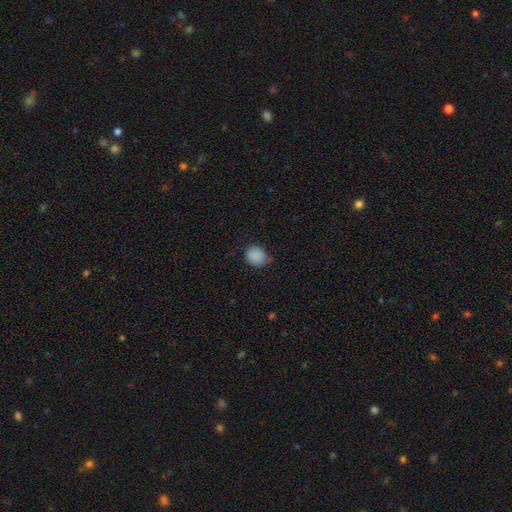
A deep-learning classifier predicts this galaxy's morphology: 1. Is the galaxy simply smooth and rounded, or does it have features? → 88% smooth, 9% star or artifact, 3% featured or disk.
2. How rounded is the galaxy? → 70% round, 29% in between, 1% cigar-shaped.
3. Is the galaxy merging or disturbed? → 76% none, 19% minor disturbance, 3% major disturbance, 1% merger.